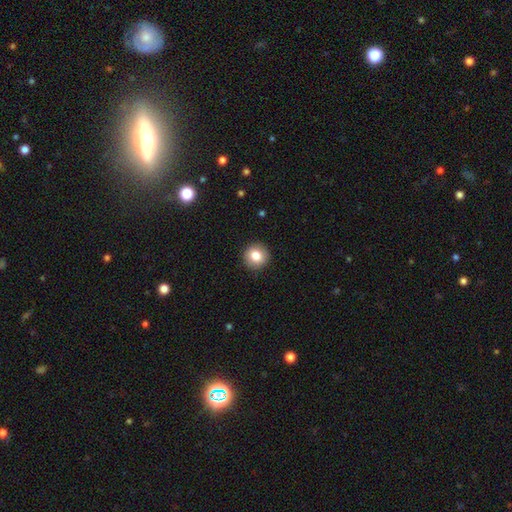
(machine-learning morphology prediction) smooth_or_featured: smooth (p=0.82) [alt: star or artifact p=0.09]
how_rounded: round (p=0.94) [alt: in between p=0.05]
merging: none (p=0.93) [alt: minor disturbance p=0.05]